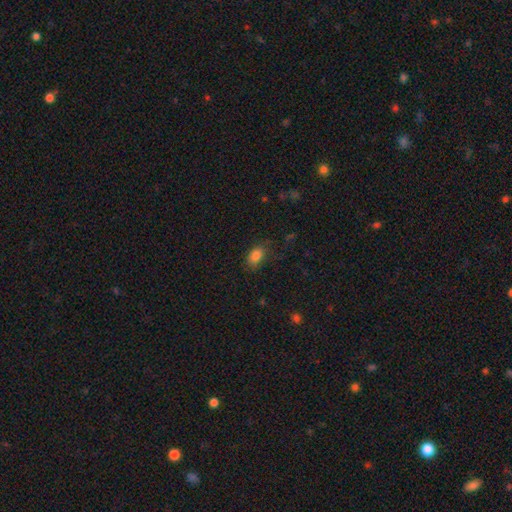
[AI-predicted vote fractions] Smooth or featured?
  - smooth: 85% *
  - star or artifact: 10%
  - featured or disk: 5%
How rounded?
  - in between: 89% *
  - round: 9%
  - cigar-shaped: 2%
Merging?
  - none: 71% *
  - minor disturbance: 20%
  - major disturbance: 8%
  - merger: 1%